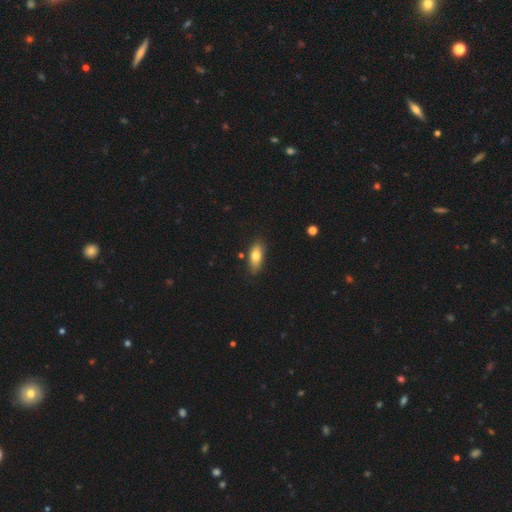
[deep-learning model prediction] Smooth or featured? smooth (77%)
How rounded? in between (81%)
Merging? none (81%)